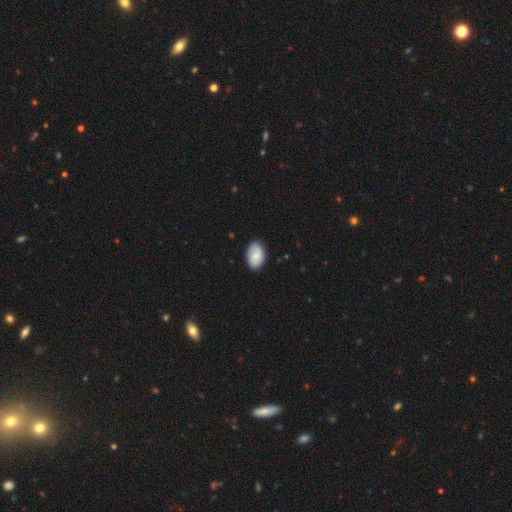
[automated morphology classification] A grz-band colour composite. It shows a smooth galaxy with no disk features (77%) that is in between round and cigar-shaped (90%). Merging: none (84%).